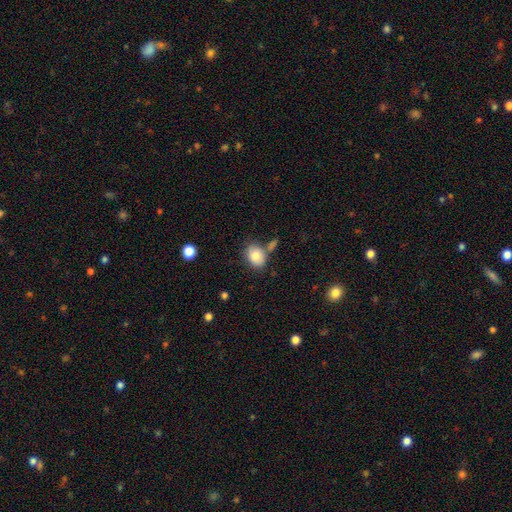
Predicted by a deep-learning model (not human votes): Overall: smooth (81%). How rounded: in between (71%). Merging: none (63%).